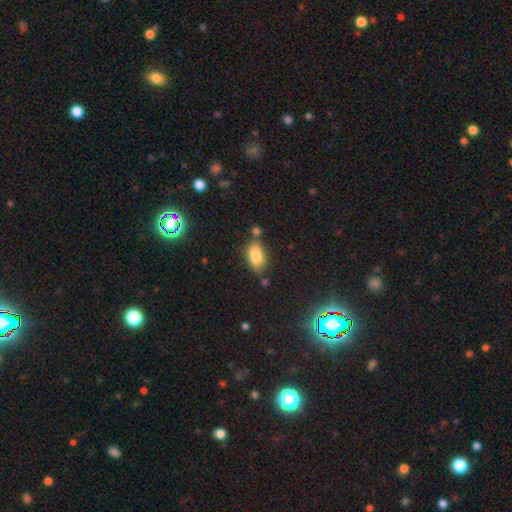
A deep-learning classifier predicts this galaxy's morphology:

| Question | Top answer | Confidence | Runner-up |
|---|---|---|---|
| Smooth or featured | smooth | 81% | featured or disk (10%) |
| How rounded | in between | 89% | round (6%) |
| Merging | none | 68% | minor disturbance (17%) |